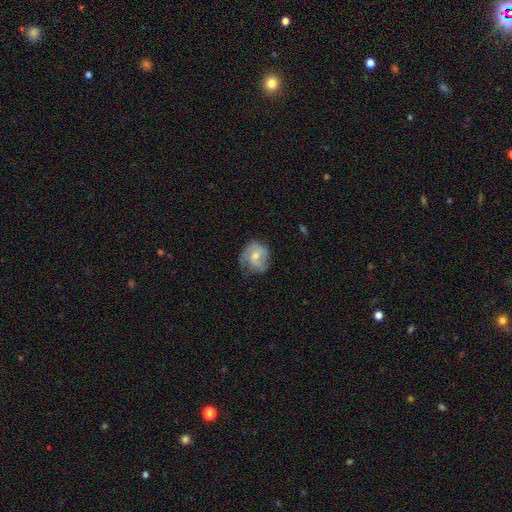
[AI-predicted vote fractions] featured or disk 55%, smooth 38%, star or artifact 7%. Down the decision tree: edge-on disk — no (97%); bar — no (59%); spiral arms — yes (80%); bulge size — moderate (55%); merging — none (51%).